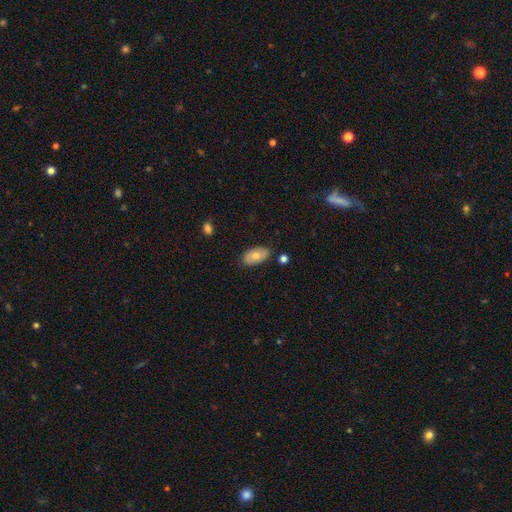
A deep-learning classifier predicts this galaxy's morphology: Smooth or featured? smooth (74%)
How rounded? in between (94%)
Merging? none (83%)